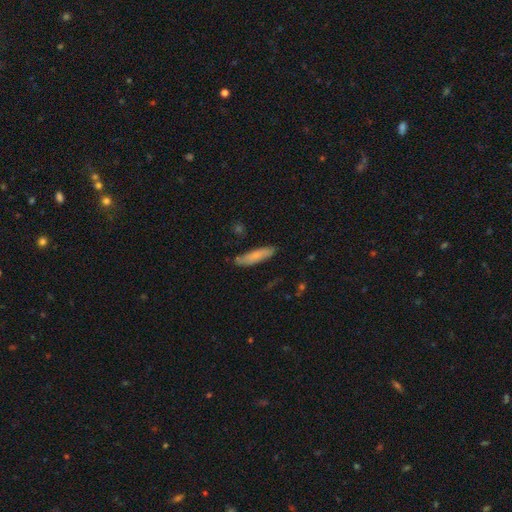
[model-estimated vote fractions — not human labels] Q: Smooth or featured?
A: smooth (75%); runner-up: featured or disk (19%)
Q: How rounded?
A: cigar-shaped (80%); runner-up: in between (18%)
Q: Merging?
A: none (81%); runner-up: minor disturbance (14%)